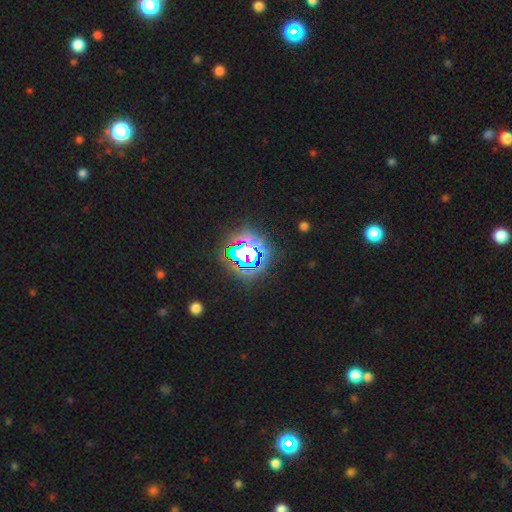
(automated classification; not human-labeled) star or artifact 74%, smooth 15%, featured or disk 11%.